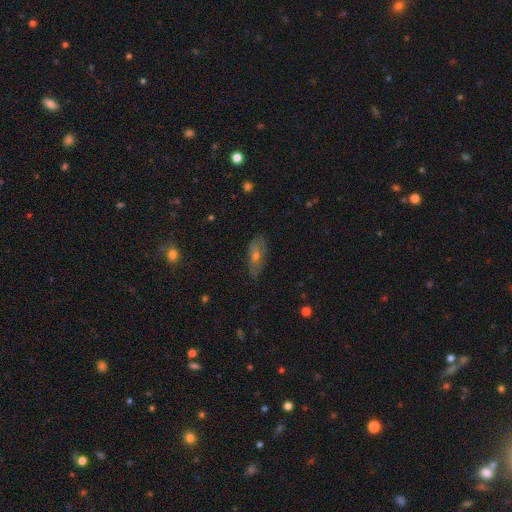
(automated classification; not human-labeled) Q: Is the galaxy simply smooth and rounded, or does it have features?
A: featured or disk — 45%.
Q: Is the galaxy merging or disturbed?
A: none — 74%.